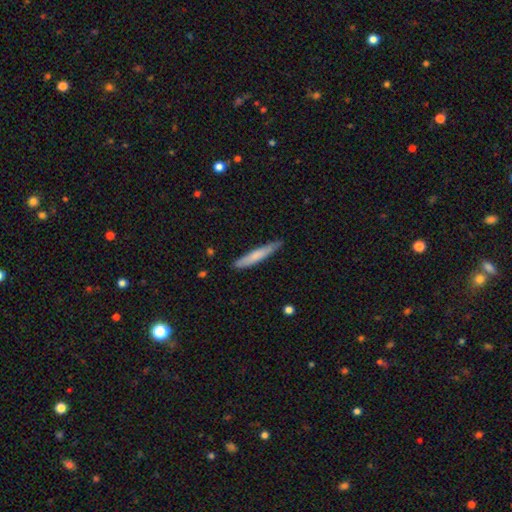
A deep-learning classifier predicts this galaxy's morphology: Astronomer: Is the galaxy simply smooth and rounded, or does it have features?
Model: smooth — 70%.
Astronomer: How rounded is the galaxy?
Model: cigar-shaped — 94%.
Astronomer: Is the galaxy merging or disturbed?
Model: none — 82%.